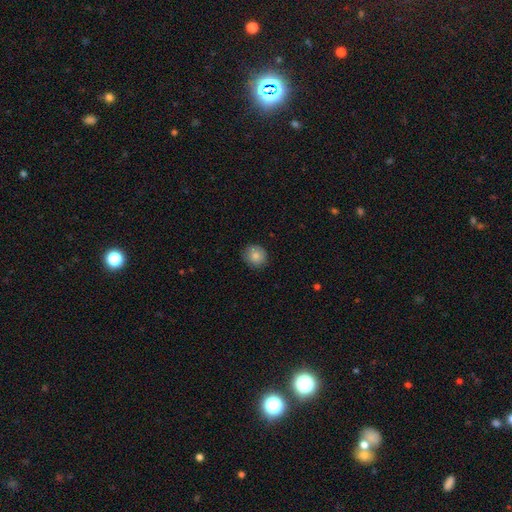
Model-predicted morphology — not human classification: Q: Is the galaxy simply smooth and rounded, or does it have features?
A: smooth — 84%.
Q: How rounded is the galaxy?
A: round — 87%.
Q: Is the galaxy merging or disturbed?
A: none — 86%.